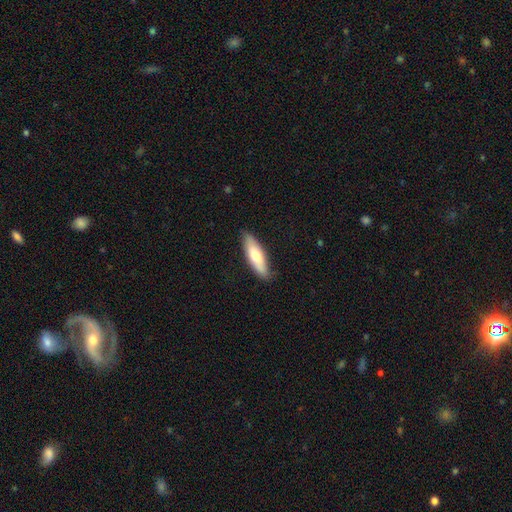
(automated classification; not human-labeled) smooth 66%, featured or disk 28%, star or artifact 5%. Down the decision tree: how rounded — cigar-shaped (55%); merging — none (83%).